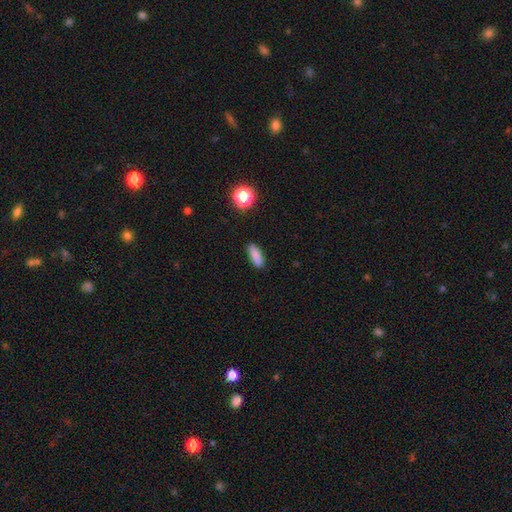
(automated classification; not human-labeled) smooth-or-featured: smooth: 86% | star or artifact: 10% | featured or disk: 5%
  how-rounded: in between: 62% | cigar-shaped: 34% | round: 3%
  merging: none: 86% | minor disturbance: 10% | major disturbance: 2% | merger: 1%